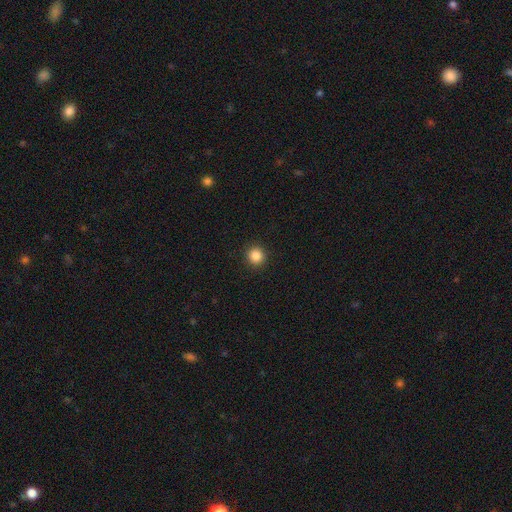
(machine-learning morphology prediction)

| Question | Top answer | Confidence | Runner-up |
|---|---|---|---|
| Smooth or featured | smooth | 85% | star or artifact (11%) |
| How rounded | round | 94% | in between (5%) |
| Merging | none | 92% | minor disturbance (5%) |